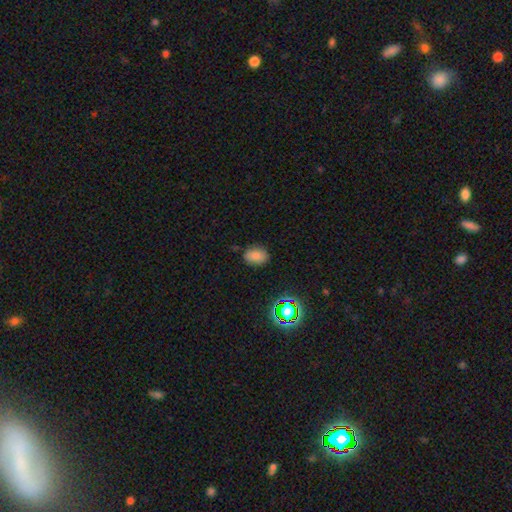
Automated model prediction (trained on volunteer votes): smooth 79%, star or artifact 15%, featured or disk 7%. Down the decision tree: how rounded — in between (79%); merging — none (80%).